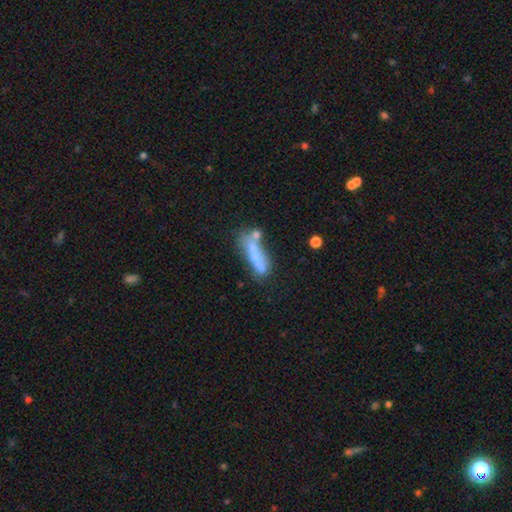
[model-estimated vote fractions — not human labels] Smooth or featured?
  - smooth: 49% *
  - featured or disk: 41%
  - star or artifact: 10%
Merging?
  - merger: 37% *
  - none: 33%
  - minor disturbance: 18%
  - major disturbance: 12%